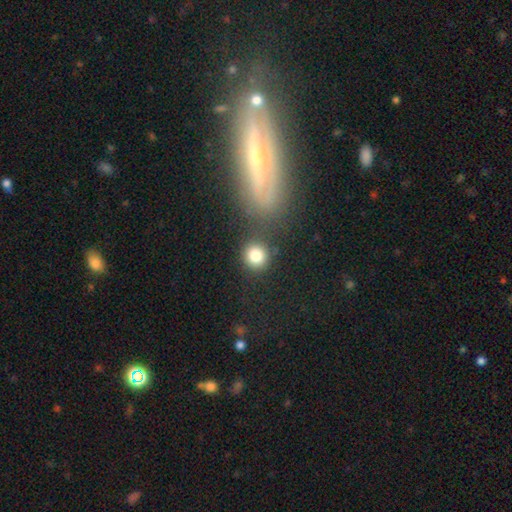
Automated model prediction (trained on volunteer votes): Smooth or featured: smooth — 83% (star or artifact — 11%)
How rounded: round — 87% (in between — 12%)
Merging: none — 78% (minor disturbance — 9%)